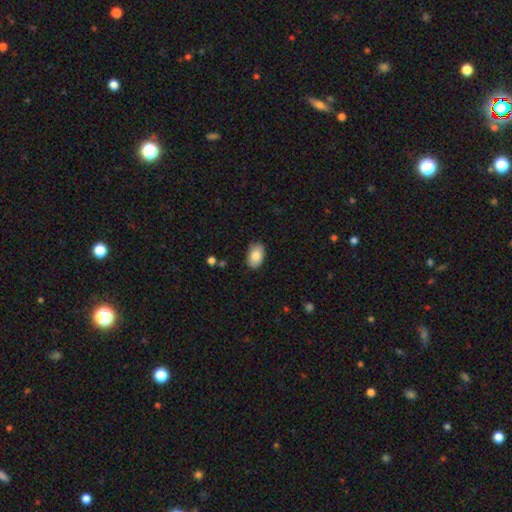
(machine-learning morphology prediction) Smooth or featured?
  - smooth: 85% *
  - featured or disk: 8%
  - star or artifact: 7%
How rounded?
  - in between: 89% *
  - round: 10%
  - cigar-shaped: 1%
Merging?
  - none: 85% *
  - minor disturbance: 12%
  - major disturbance: 2%
  - merger: 1%